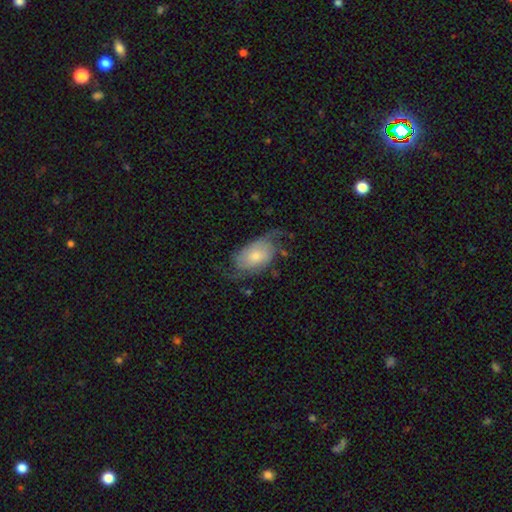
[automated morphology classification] Overall: featured or disk (67%). Edge-on disk: no (95%). Bar: no (72%). Spiral arms: yes (91%). Spiral arm count: 2 (75%). Spiral winding: loose (49%; medium 35%). Bulge size: small (43%, tied with moderate). Merging: none (54%; minor disturbance 23%).